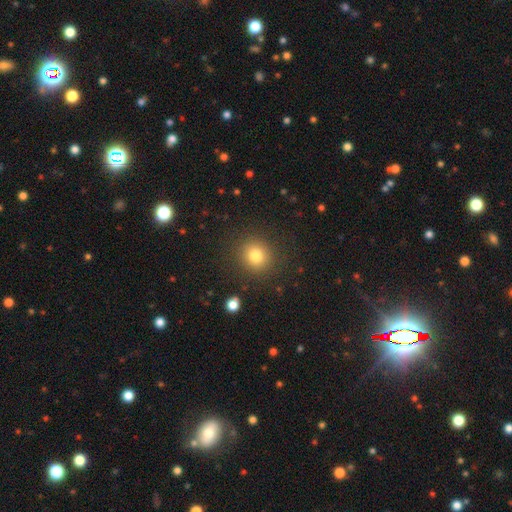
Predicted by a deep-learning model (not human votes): smooth 80%, star or artifact 13%, featured or disk 8%. Down the decision tree: how rounded — round (89%); merging — none (88%).